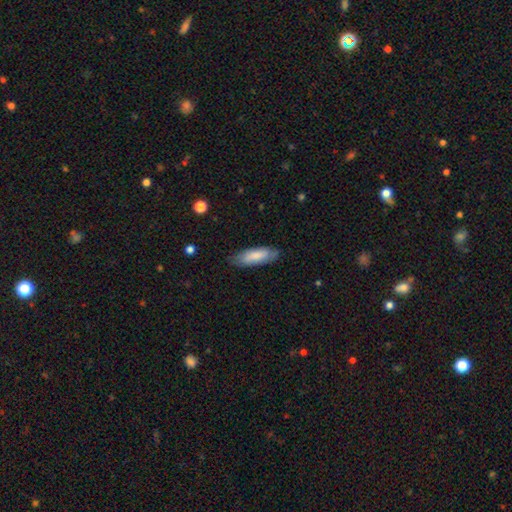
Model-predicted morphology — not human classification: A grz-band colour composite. It shows a smooth galaxy with no disk features (78%) that is in between round and cigar-shaped (55%). Merging: none (78%).